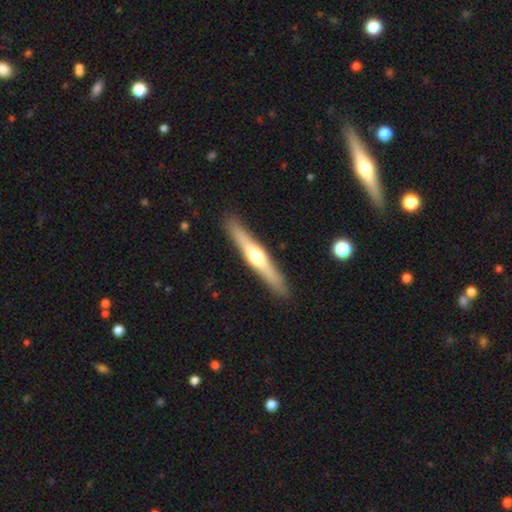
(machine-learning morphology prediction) Smooth or featured? featured or disk (60%)
Edge-on disk? yes (95%)
Edge-on bulge? rounded (90%)
Merging? none (90%)